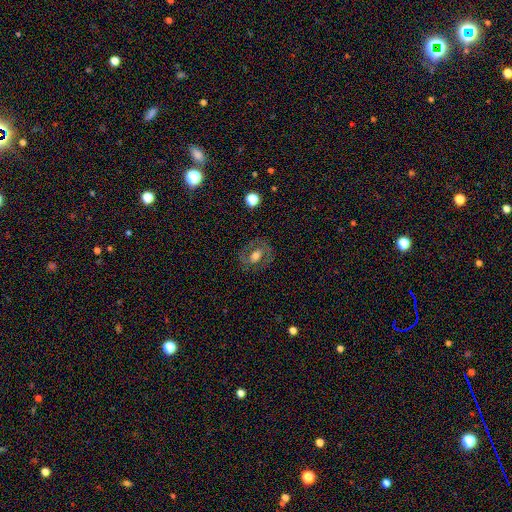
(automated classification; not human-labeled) This appears to be a featured or disk galaxy (52%). Merging: none (76%).